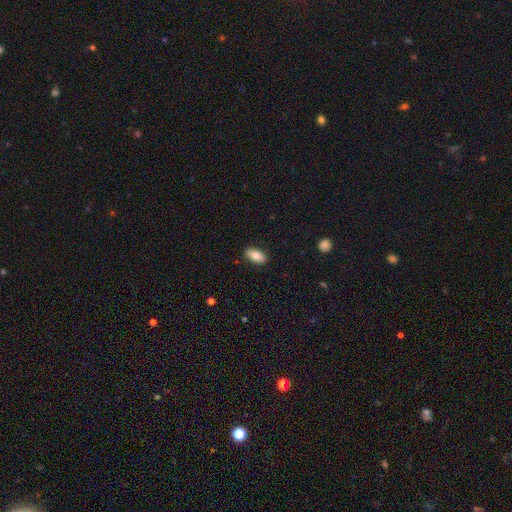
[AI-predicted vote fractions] smooth_or_featured: smooth (p=0.79) [alt: featured or disk p=0.14]
how_rounded: in between (p=0.92) [alt: round p=0.04]
merging: none (p=0.88) [alt: minor disturbance p=0.09]